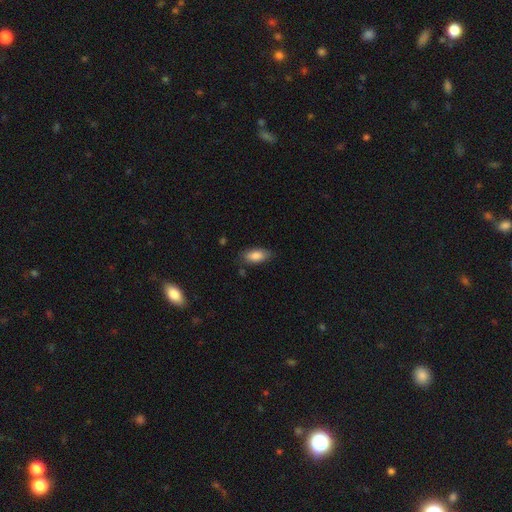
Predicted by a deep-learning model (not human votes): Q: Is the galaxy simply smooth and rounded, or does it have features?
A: smooth — 84%.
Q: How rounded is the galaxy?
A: in between — 88%.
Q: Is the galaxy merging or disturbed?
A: none — 80%.